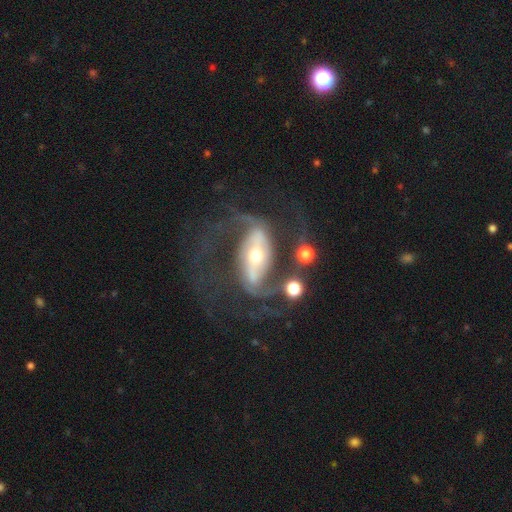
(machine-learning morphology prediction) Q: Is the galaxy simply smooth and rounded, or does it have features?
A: featured or disk — 85%.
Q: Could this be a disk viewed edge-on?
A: no — 94%.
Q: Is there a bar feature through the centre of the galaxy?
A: strong — 49%.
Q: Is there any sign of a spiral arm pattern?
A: yes — 91%.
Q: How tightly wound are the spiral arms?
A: medium — 50%.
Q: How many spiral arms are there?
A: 2 — 81%.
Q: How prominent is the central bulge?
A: moderate — 46%.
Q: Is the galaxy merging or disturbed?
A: none — 50%.